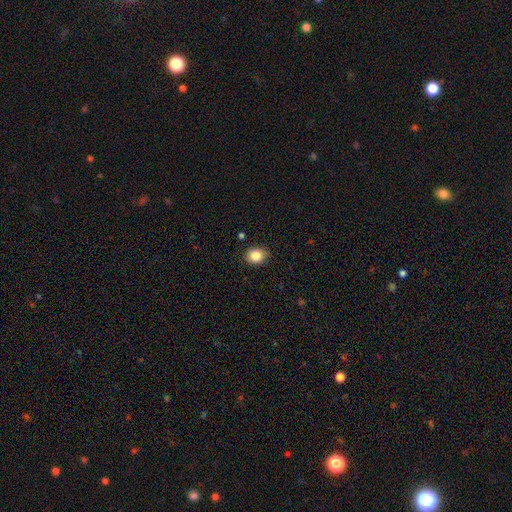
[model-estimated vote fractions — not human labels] The model was most divided on "how rounded": round: 58%, in between: 41%, cigar-shaped: 1%. More confident: smooth or featured — smooth (85%); merging — none (85%).